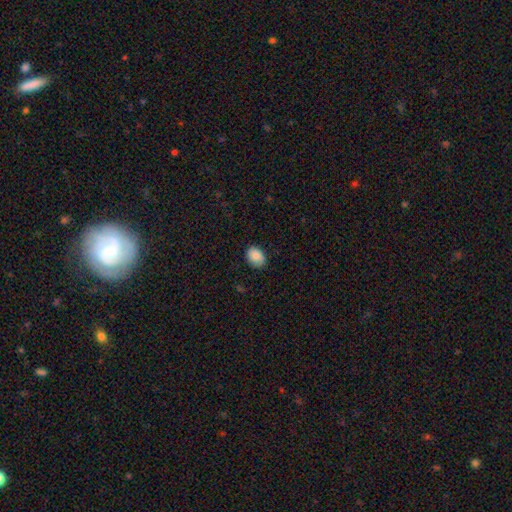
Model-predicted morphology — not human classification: This appears to be a smooth galaxy with no disk features (88%) that is in between round and cigar-shaped (65%). Merging: none (83%).